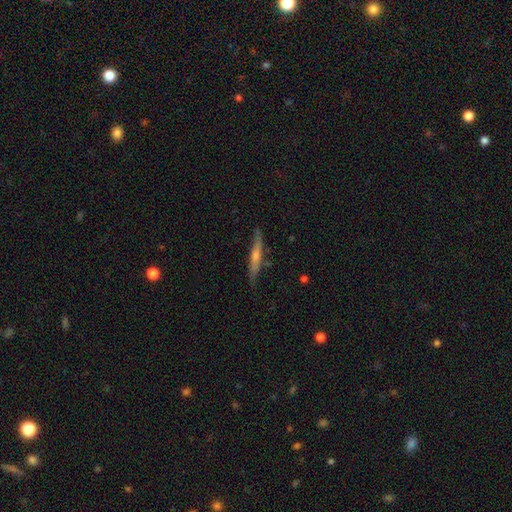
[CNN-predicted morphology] The model was most divided on "smooth or featured": featured or disk: 58%, smooth: 36%, star or artifact: 6%. More confident: edge-on disk — yes (94%); merging — none (82%); edge-on bulge — rounded (61%).